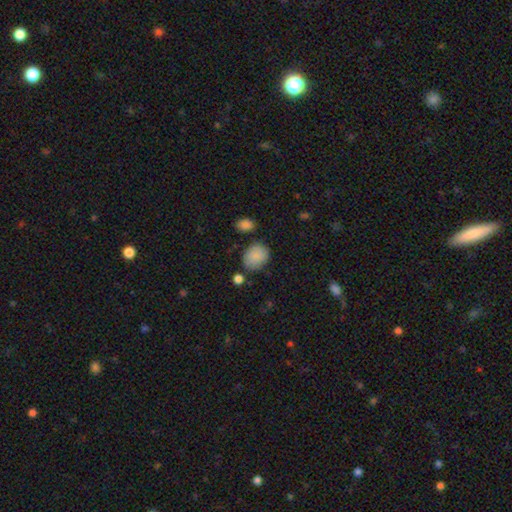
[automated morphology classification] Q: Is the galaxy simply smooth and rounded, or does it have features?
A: smooth — 87%.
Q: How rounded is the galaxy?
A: in between — 50%.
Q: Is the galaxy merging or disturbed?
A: none — 71%.